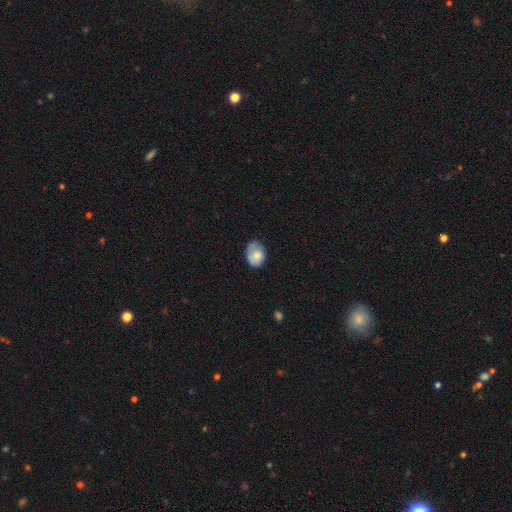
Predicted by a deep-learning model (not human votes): Smooth or featured? smooth (70%)
How rounded? in between (70%)
Merging? none (54%)